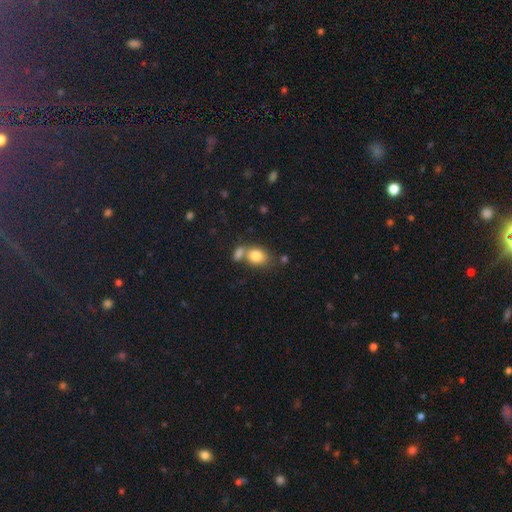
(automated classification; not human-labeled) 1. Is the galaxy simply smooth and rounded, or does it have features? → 82% smooth, 9% featured or disk, 9% star or artifact.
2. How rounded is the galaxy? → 61% in between, 38% round, 1% cigar-shaped.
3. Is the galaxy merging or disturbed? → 46% none, 37% merger, 12% minor disturbance, 5% major disturbance.